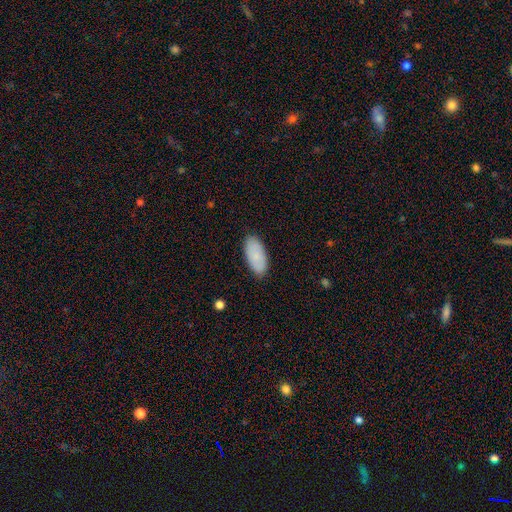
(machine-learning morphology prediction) smooth_or_featured: smooth (p=0.83) [alt: featured or disk p=0.11]
how_rounded: in between (p=0.92) [alt: cigar-shaped p=0.06]
merging: none (p=0.86) [alt: minor disturbance p=0.11]